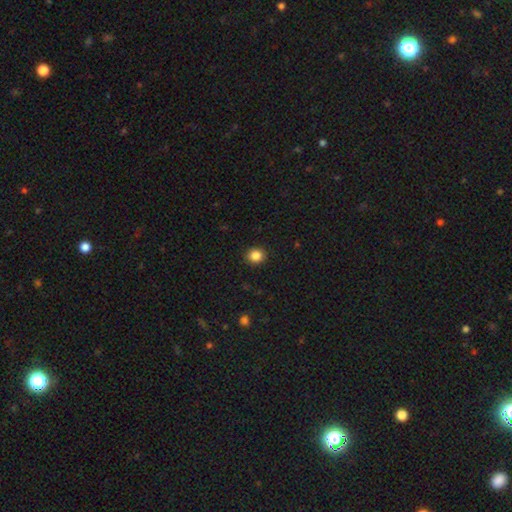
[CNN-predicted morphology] Smooth or featured? smooth (86%)
How rounded? round (83%)
Merging? none (92%)